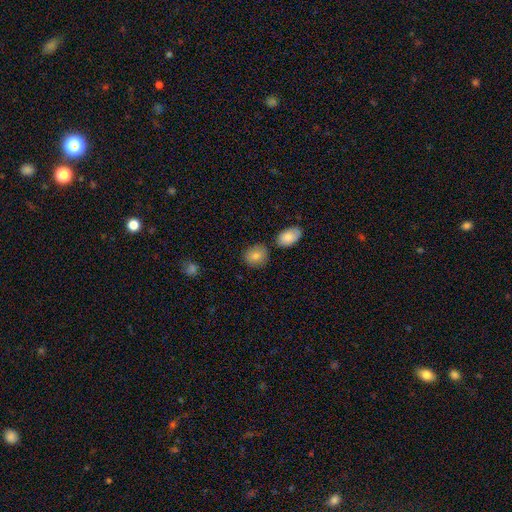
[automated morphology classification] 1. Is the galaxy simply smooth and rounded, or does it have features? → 83% smooth, 9% featured or disk, 8% star or artifact.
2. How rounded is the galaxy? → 66% round, 33% in between, 1% cigar-shaped.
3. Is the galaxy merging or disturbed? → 76% none, 12% minor disturbance, 9% merger, 3% major disturbance.